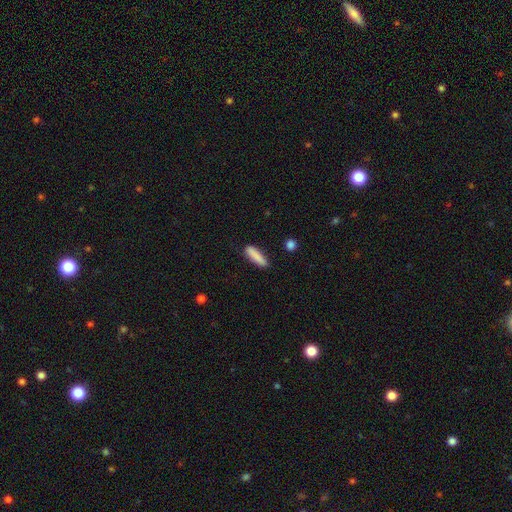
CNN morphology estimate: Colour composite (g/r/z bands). It shows a smooth galaxy with no disk features (86%) that is cigar-shaped (72%). Merging: none (84%).